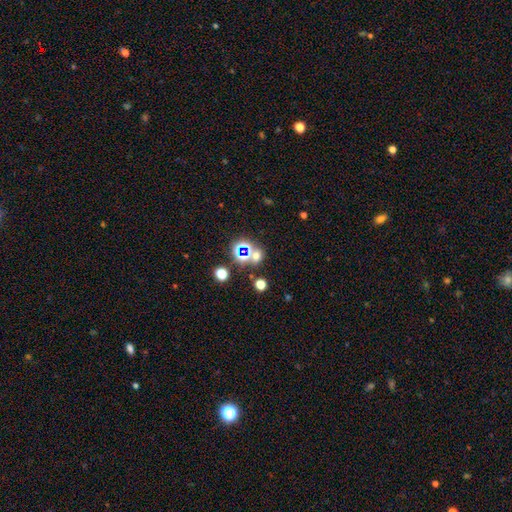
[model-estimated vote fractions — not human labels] smooth_or_featured: star or artifact (p=0.47) [alt: smooth p=0.43]